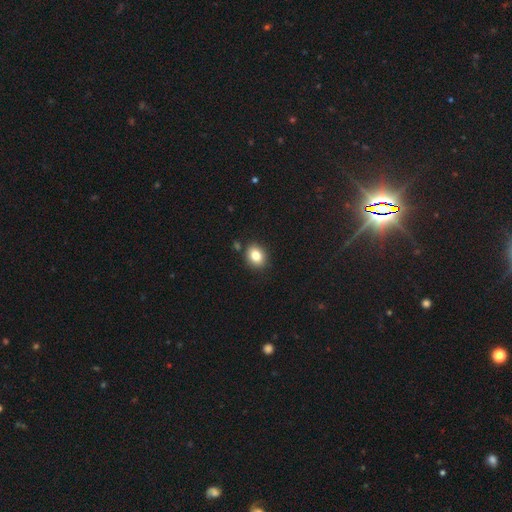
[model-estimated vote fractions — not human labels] smooth_or_featured: smooth (p=0.82) [alt: star or artifact p=0.10]
how_rounded: in between (p=0.51) [alt: round p=0.48]
merging: none (p=0.86) [alt: minor disturbance p=0.09]